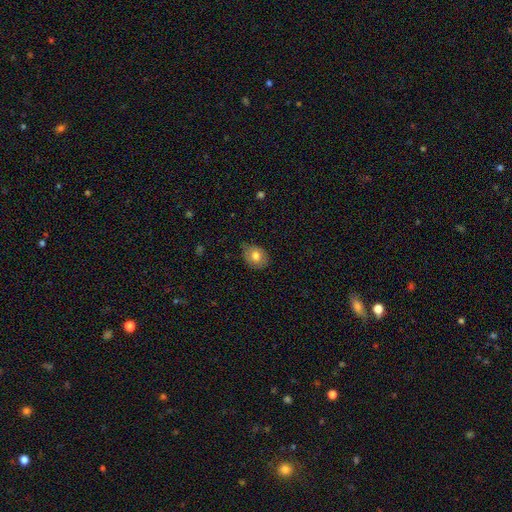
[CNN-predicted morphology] This appears to be a smooth galaxy with no disk features (75%) that is in between round and cigar-shaped (56%). Merging: none (75%).